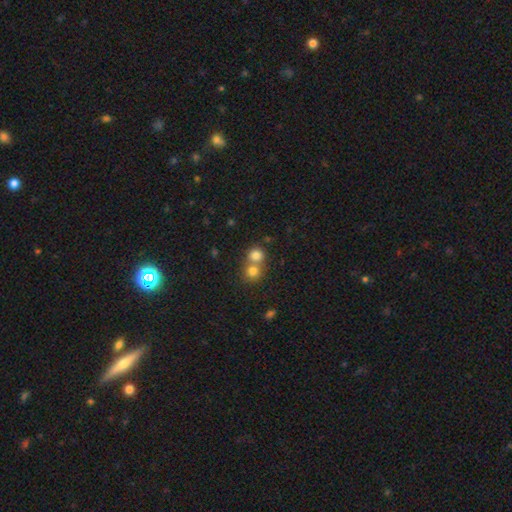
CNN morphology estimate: Smooth or featured? smooth (79%)
How rounded? round (85%)
Merging? merger (52%)